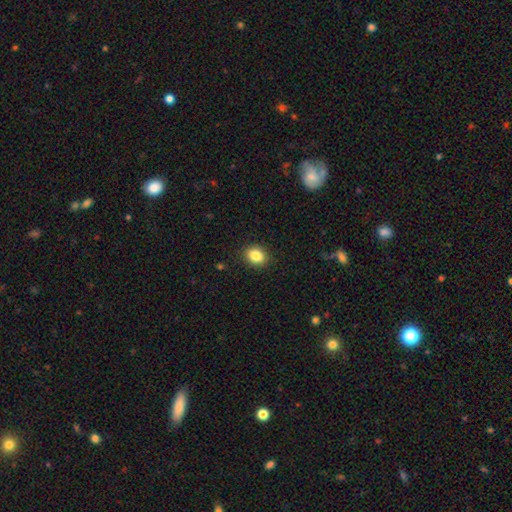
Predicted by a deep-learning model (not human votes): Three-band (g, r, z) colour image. It shows a smooth galaxy with no disk features (86%) that is in between round and cigar-shaped (53%). Merging: none (89%).